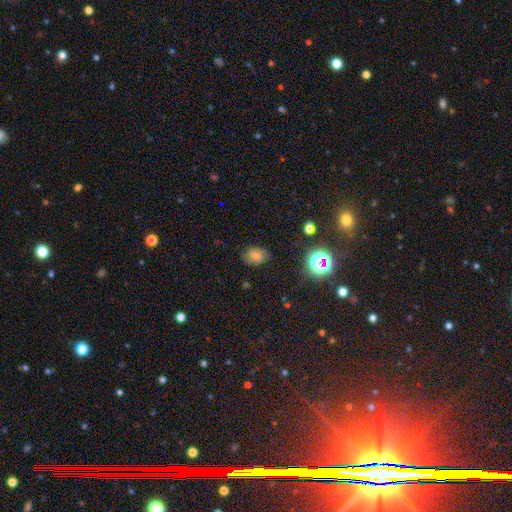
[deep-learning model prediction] Smooth or featured: smooth — 53% (featured or disk — 28%)
How rounded: in between — 72% (round — 26%)
Merging: none — 76% (minor disturbance — 17%)